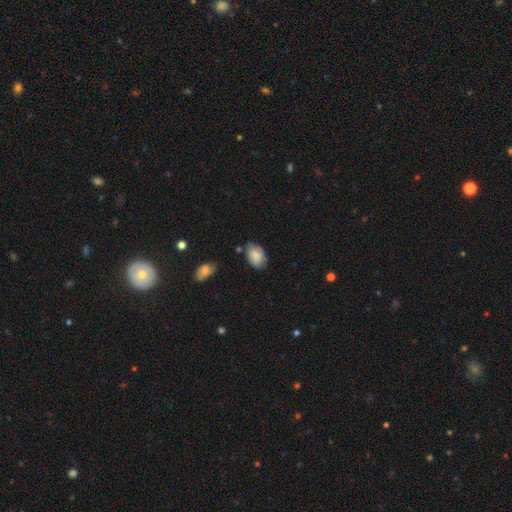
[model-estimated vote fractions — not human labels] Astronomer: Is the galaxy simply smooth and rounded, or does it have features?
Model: smooth — 81%.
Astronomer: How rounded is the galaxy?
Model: in between — 89%.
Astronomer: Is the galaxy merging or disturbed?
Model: none — 67%.